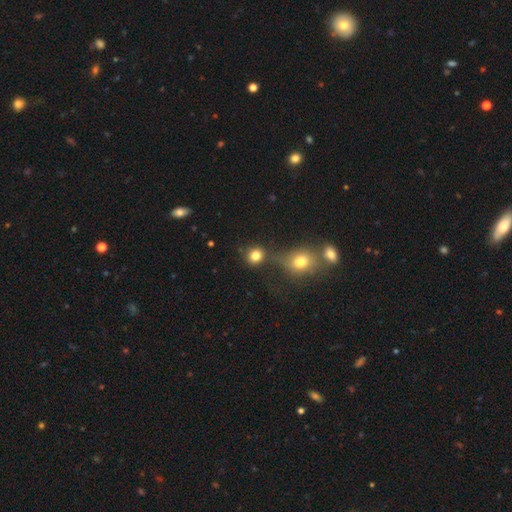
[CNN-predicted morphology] type=smooth (81%); roundness=round (83%); merging=none (65%).